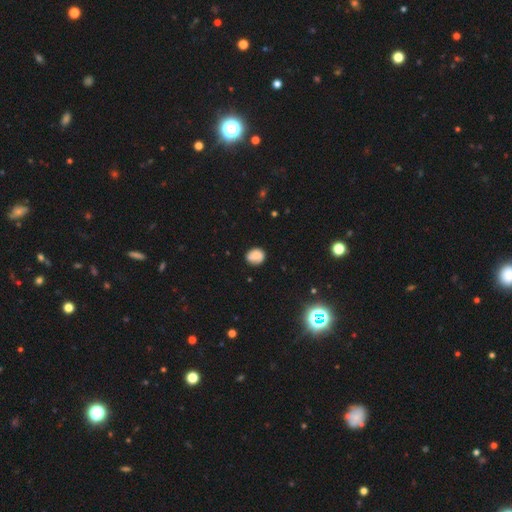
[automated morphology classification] This is likely a smooth galaxy (75%). How rounded: likely round (66%). Merging: likely none (73%).